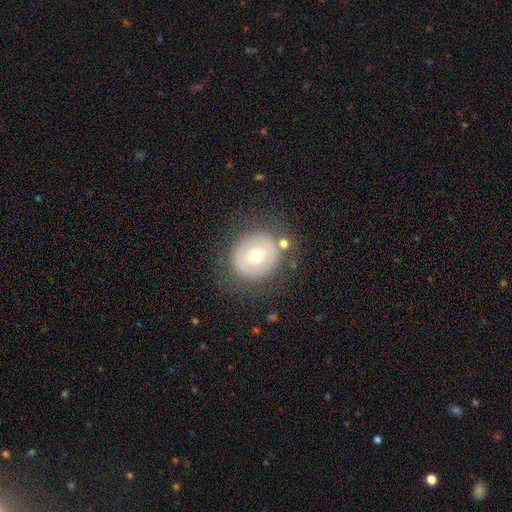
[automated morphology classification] smooth 54%, featured or disk 37%, star or artifact 9%. Down the decision tree: how rounded — round (76%); merging — none (76%).